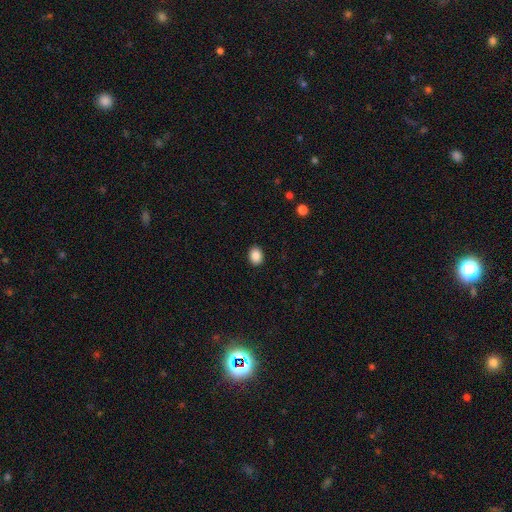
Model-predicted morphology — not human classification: Smooth or featured? Predicted: smooth (p=0.88). How rounded? Predicted: in between (p=0.63). Merging? Predicted: none (p=0.90).